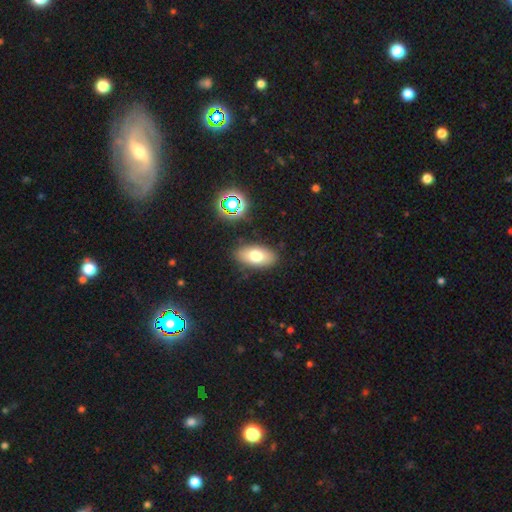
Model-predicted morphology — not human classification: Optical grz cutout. It shows a smooth galaxy with no disk features (73%) that is in between round and cigar-shaped (91%). Merging: none (86%).